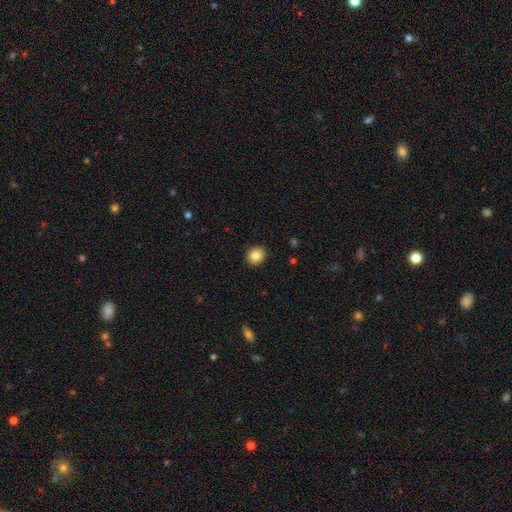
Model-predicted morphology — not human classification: The model was most divided on "how rounded": round: 77%, in between: 22%, cigar-shaped: 1%. More confident: merging — none (92%); smooth or featured — smooth (85%).